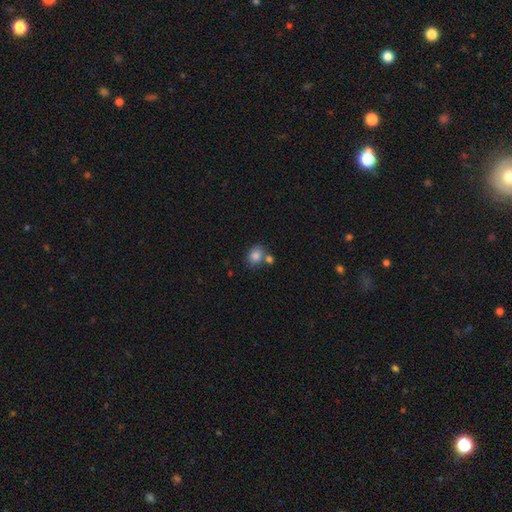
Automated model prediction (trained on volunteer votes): A smooth galaxy with no disk features (84%) that is round (50%).

Vote fractions:
- Smooth or featured? smooth: 84% / star or artifact: 9% / featured or disk: 7%
- How rounded? round: 50% / in between: 49% / cigar-shaped: 1%
- Merging? none: 58% / merger: 25% / minor disturbance: 13% / major disturbance: 4%